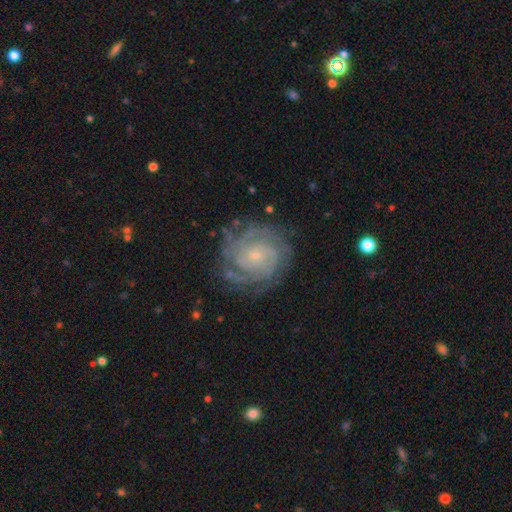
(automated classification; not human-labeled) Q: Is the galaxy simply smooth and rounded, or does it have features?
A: featured or disk — 87%.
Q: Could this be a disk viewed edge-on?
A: no — 98%.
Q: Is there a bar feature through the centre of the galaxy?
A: no — 75%.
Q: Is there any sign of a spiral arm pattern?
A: yes — 97%.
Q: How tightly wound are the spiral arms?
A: tight — 75%.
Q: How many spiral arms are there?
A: can't tell — 25%.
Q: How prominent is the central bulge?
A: small — 82%.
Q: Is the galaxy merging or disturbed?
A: none — 77%.